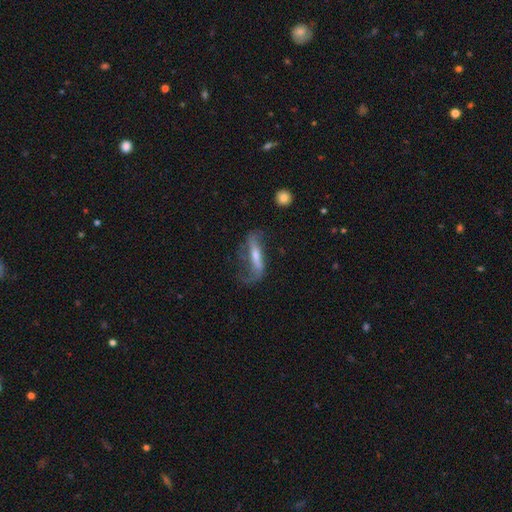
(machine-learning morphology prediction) smooth-or-featured: featured or disk: 66% | smooth: 26% | star or artifact: 8%
  disk-edge-on: no: 61% | yes: 39%
  merging: none: 40% | major disturbance: 34% | minor disturbance: 23% | merger: 3%